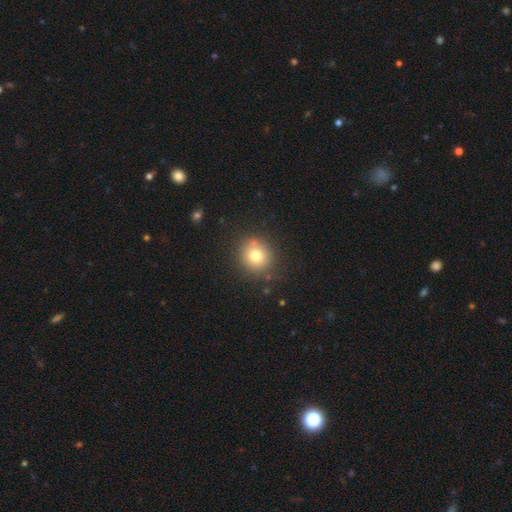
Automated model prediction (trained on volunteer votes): Smooth or featured? Predicted: smooth (p=0.75). How rounded? Predicted: round (p=0.88). Merging? Predicted: none (p=0.82).